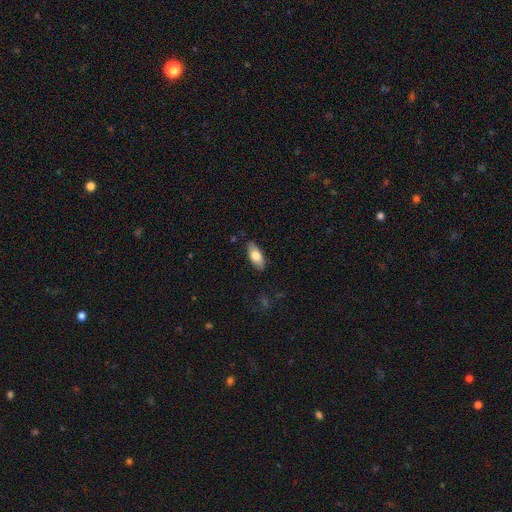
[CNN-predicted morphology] Q: Smooth or featured?
A: smooth (77%); runner-up: featured or disk (17%)
Q: How rounded?
A: in between (86%); runner-up: cigar-shaped (11%)
Q: Merging?
A: none (84%); runner-up: minor disturbance (12%)